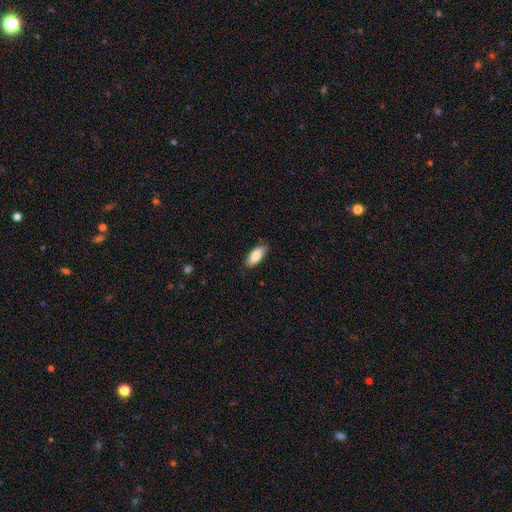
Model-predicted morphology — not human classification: Q: Smooth or featured?
A: smooth (83%); runner-up: featured or disk (11%)
Q: How rounded?
A: in between (84%); runner-up: cigar-shaped (14%)
Q: Merging?
A: none (86%); runner-up: minor disturbance (11%)